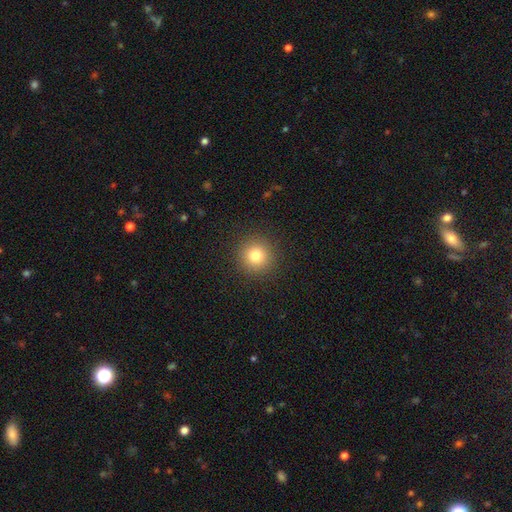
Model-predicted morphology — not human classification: smooth_or_featured: smooth (p=0.80) [alt: star or artifact p=0.13]
how_rounded: round (p=0.95) [alt: in between p=0.04]
merging: none (p=0.92) [alt: minor disturbance p=0.05]